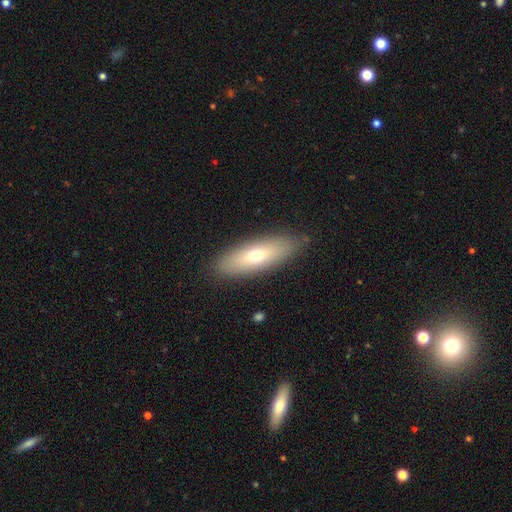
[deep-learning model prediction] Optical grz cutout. It shows a smooth galaxy with no disk features (62%) that is in between round and cigar-shaped (56%). Merging: none (87%).